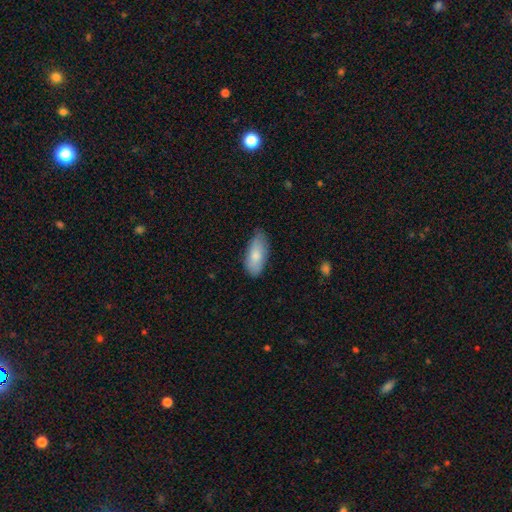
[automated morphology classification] A smooth galaxy with no disk features (82%) that is in between round and cigar-shaped (87%).

Vote fractions:
- Smooth or featured? smooth: 82% / featured or disk: 13% / star or artifact: 6%
- How rounded? in between: 87% / cigar-shaped: 11% / round: 2%
- Merging? none: 75% / minor disturbance: 21% / major disturbance: 3% / merger: 1%